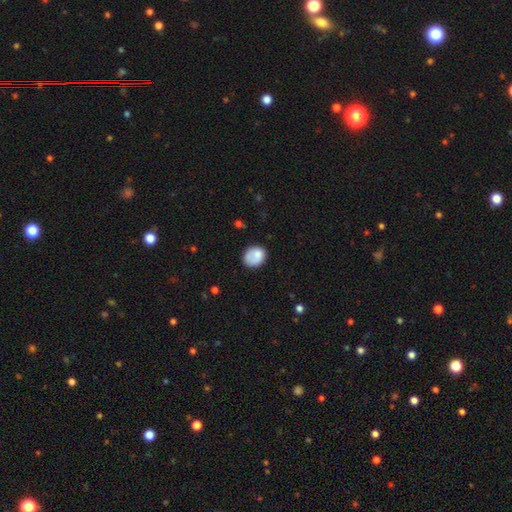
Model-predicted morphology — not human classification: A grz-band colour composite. It shows a smooth galaxy with no disk features (78%) that is round (55%). Merging: none (63%).